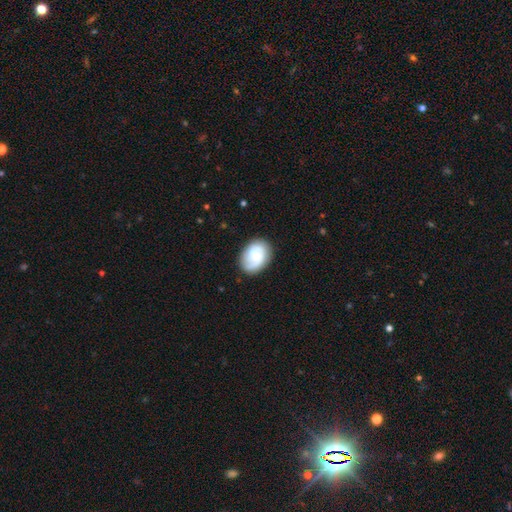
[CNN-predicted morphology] Smooth or featured? Predicted: featured or disk (p=0.53). Edge-on disk? Predicted: no (p=0.97). Bar? Predicted: no (p=0.63). Spiral arms? Predicted: yes (p=0.90). Bulge size? Predicted: small (p=0.51). Merging? Predicted: none (p=0.80).